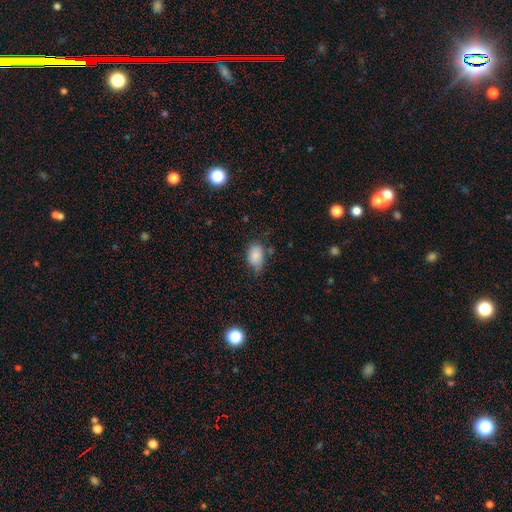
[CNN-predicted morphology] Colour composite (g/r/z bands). It shows a smooth galaxy with no disk features (84%) that is in between round and cigar-shaped (84%). Merging: none (59%).